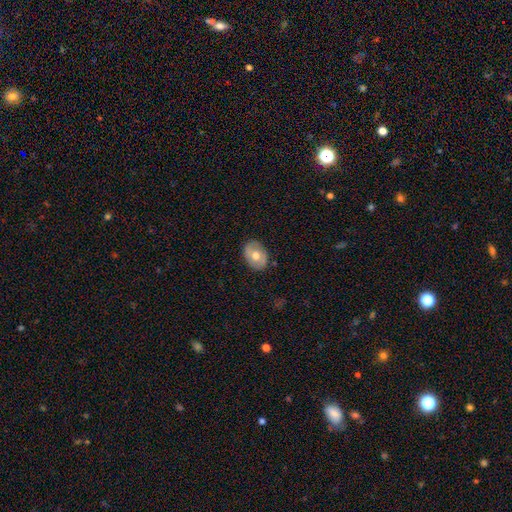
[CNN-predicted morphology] Smooth or featured: smooth — 60% (featured or disk — 33%)
How rounded: in between — 65% (round — 34%)
Merging: none — 84% (minor disturbance — 12%)